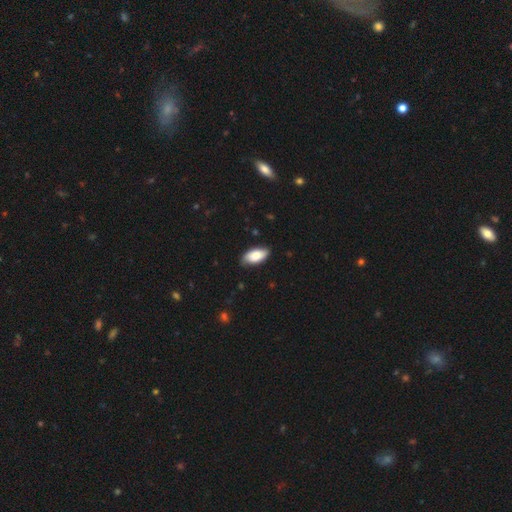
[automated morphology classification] Smooth or featured: smooth — 81% (featured or disk — 13%)
How rounded: in between — 92% (cigar-shaped — 6%)
Merging: none — 82% (minor disturbance — 15%)